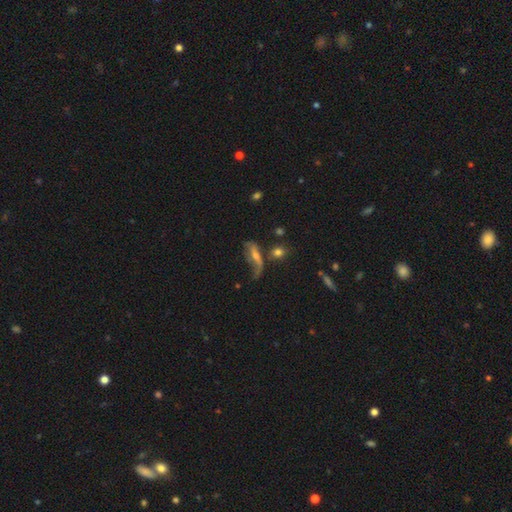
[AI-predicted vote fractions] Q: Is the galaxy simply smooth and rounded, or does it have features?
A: featured or disk — 47%.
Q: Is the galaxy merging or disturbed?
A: major disturbance — 34%.